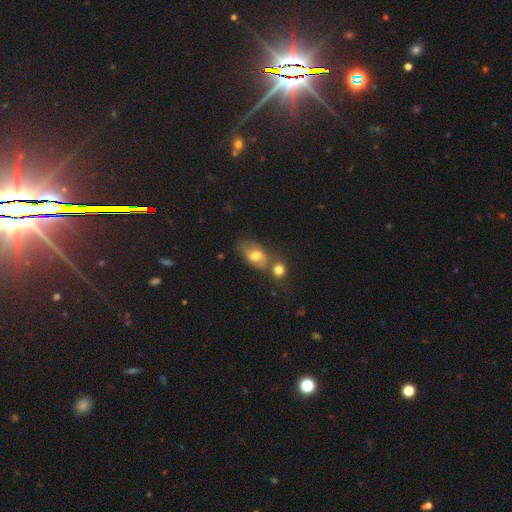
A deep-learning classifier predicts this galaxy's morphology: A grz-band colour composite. It shows a smooth galaxy with no disk features (60%) that is in between round and cigar-shaped (84%). Merging: none (46%).